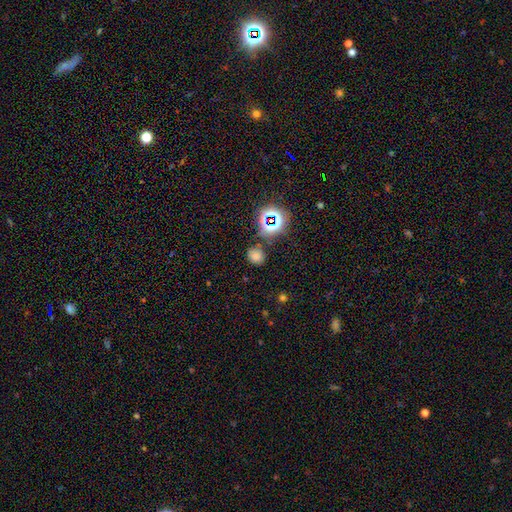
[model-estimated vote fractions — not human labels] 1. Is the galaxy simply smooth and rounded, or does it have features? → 66% smooth, 27% star or artifact, 7% featured or disk.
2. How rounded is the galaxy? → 76% round, 23% in between, 1% cigar-shaped.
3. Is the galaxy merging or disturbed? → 78% none, 13% minor disturbance, 5% merger, 4% major disturbance.